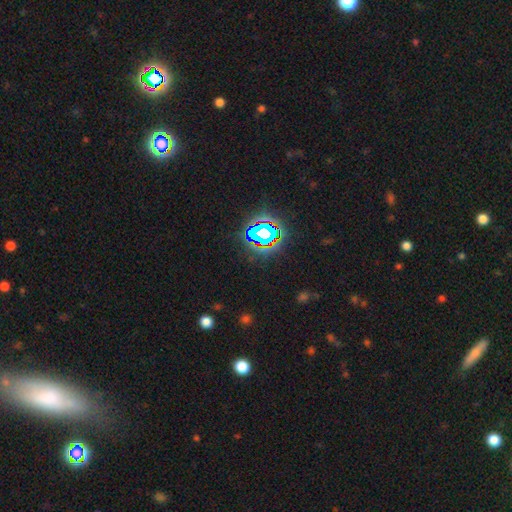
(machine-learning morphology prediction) The model was most divided on "smooth or featured": star or artifact: 75%, smooth: 15%, featured or disk: 9%.